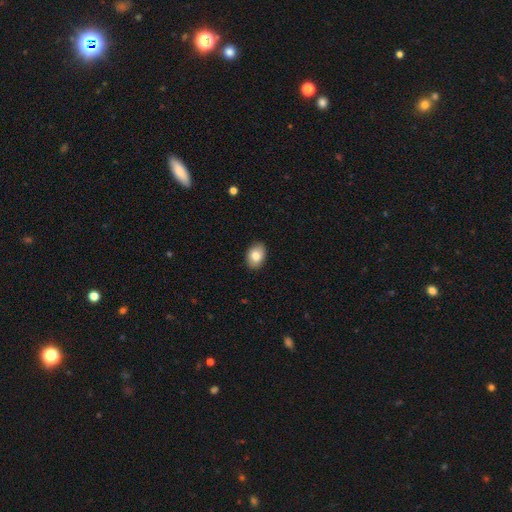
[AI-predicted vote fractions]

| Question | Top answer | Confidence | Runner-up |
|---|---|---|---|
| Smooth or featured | smooth | 82% | featured or disk (11%) |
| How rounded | in between | 80% | round (19%) |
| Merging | none | 88% | minor disturbance (9%) |